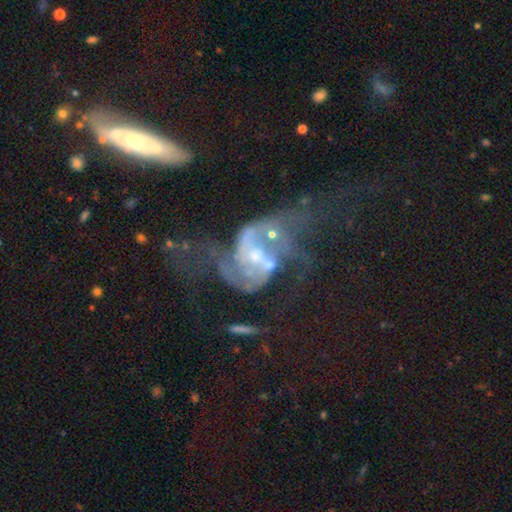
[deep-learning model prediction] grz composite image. It shows a featured or disk galaxy (84%) with no bar (52%), 2 (76%) loose (51%) spiral arms (88%) and a small central bulge (53%). Merging: major disturbance (32%).